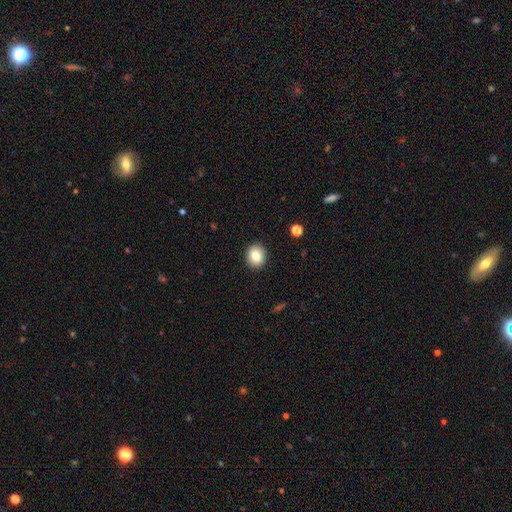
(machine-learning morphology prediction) Smooth or featured? Predicted: smooth (p=0.82). How rounded? Predicted: round (p=0.72). Merging? Predicted: none (p=0.91).